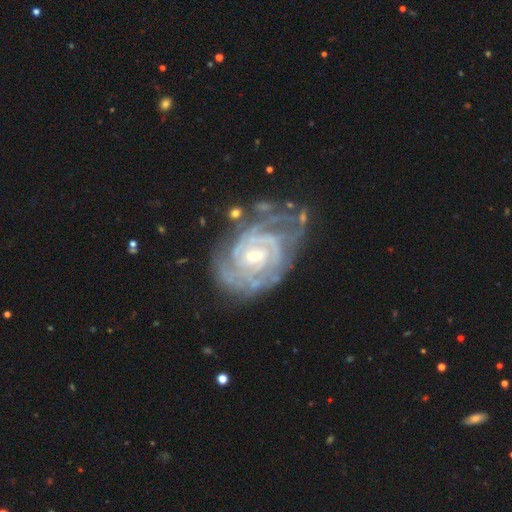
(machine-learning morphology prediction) Q: Smooth or featured?
A: featured or disk (89%); runner-up: star or artifact (5%)
Q: Edge-on disk?
A: no (97%); runner-up: yes (3%)
Q: Bar?
A: weak (48%); runner-up: no (37%)
Q: Spiral arms?
A: yes (96%); runner-up: no (4%)
Q: Spiral winding?
A: tight (75%); runner-up: medium (21%)
Q: Spiral arm count?
A: can't tell (32%); runner-up: 2 (30%)
Q: Bulge size?
A: small (54%); runner-up: moderate (41%)
Q: Merging?
A: none (56%); runner-up: minor disturbance (26%)